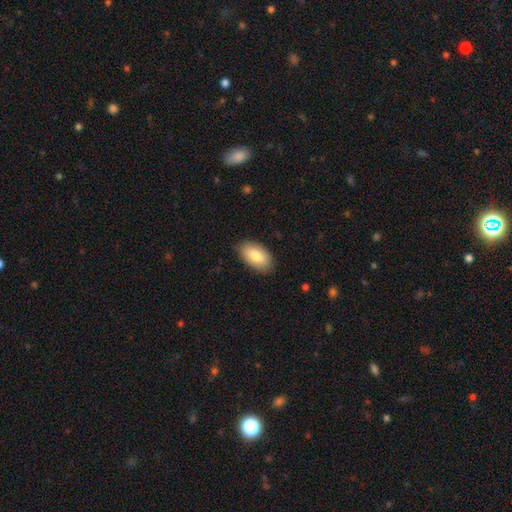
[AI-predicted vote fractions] This is clearly a smooth galaxy (82%). How rounded: clearly in between (94%). Merging: clearly none (83%).